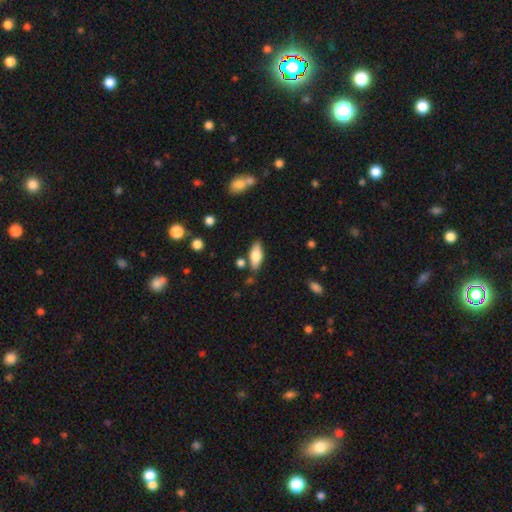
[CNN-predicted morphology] type=smooth (66%); roundness=in between (77%); merging=none (80%).